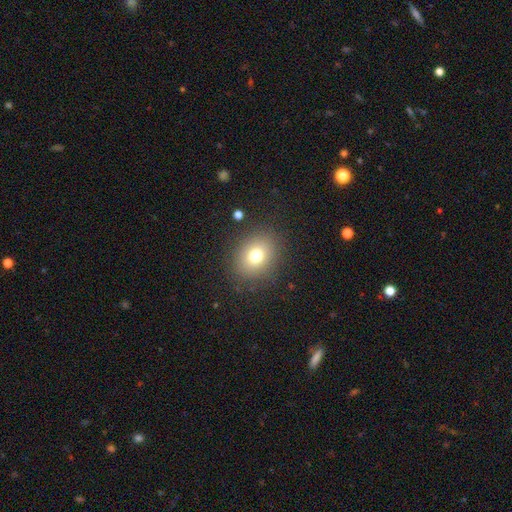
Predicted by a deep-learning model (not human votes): A smooth galaxy with no disk features (75%) that is round (57%). Merging: none (86%).